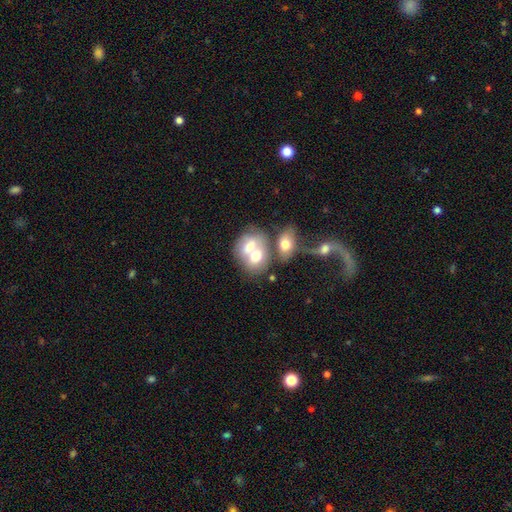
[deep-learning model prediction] Q: Smooth or featured?
A: smooth (61%); runner-up: featured or disk (30%)
Q: How rounded?
A: in between (61%); runner-up: round (37%)
Q: Merging?
A: merger (69%); runner-up: none (19%)